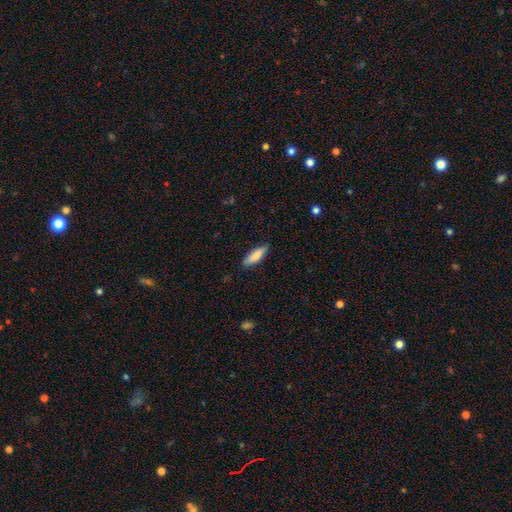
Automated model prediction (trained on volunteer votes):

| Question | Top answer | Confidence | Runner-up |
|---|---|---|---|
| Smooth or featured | smooth | 81% | featured or disk (13%) |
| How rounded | cigar-shaped | 51% | in between (47%) |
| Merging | none | 82% | minor disturbance (14%) |